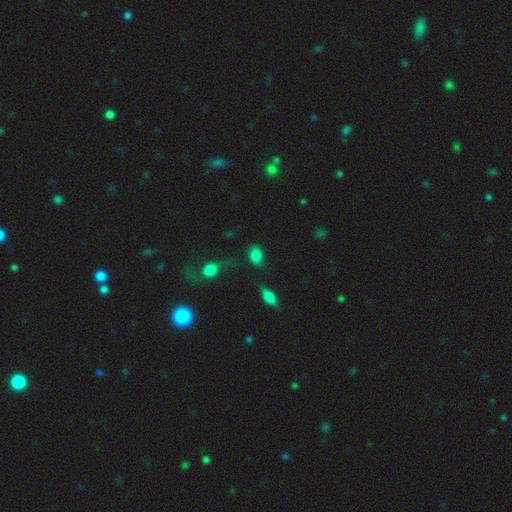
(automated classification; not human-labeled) smooth-or-featured: smooth: 81% | star or artifact: 11% | featured or disk: 8%
  how-rounded: in between: 64% | round: 34% | cigar-shaped: 2%
  merging: none: 53% | minor disturbance: 22% | major disturbance: 13% | merger: 11%